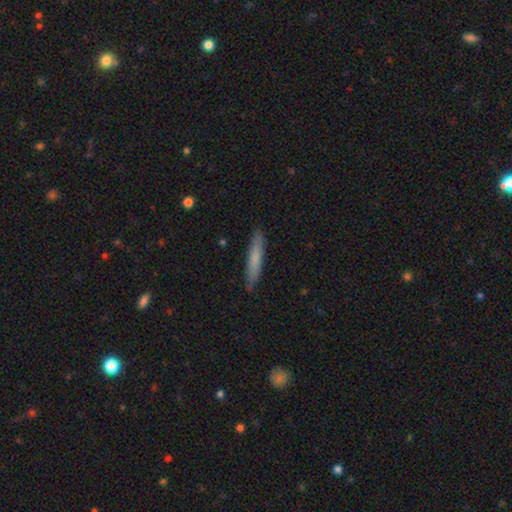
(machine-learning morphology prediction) Smooth or featured? smooth (69%)
How rounded? cigar-shaped (93%)
Merging? none (88%)